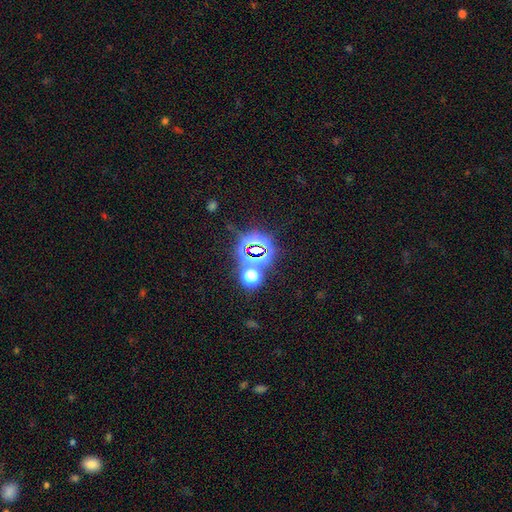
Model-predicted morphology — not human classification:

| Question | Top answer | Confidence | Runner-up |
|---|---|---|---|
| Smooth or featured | star or artifact | 75% | smooth (16%) |